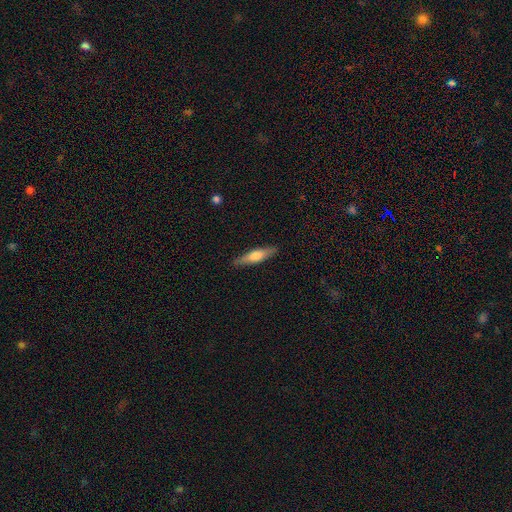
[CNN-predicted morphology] This is possibly a smooth galaxy (54%). How rounded: likely cigar-shaped (75%). Merging: clearly none (88%).